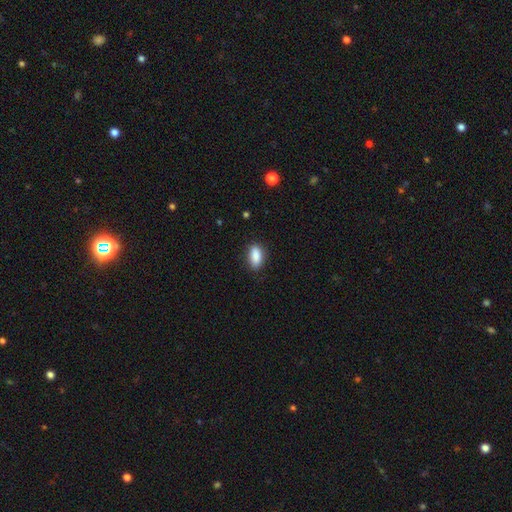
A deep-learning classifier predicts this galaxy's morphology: smooth_or_featured: smooth (p=0.89) [alt: star or artifact p=0.07]
how_rounded: in between (p=0.90) [alt: cigar-shaped p=0.05]
merging: none (p=0.85) [alt: minor disturbance p=0.11]